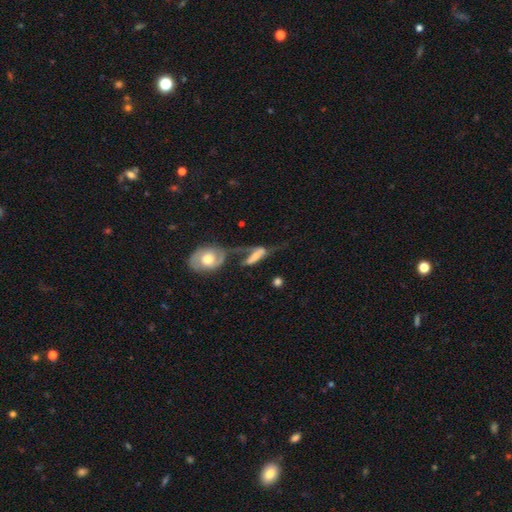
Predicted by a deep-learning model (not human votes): Smooth or featured: featured or disk — 60% (smooth — 31%)
Edge-on disk: no — 77% (yes — 23%)
Merging: merger — 41% (major disturbance — 26%)